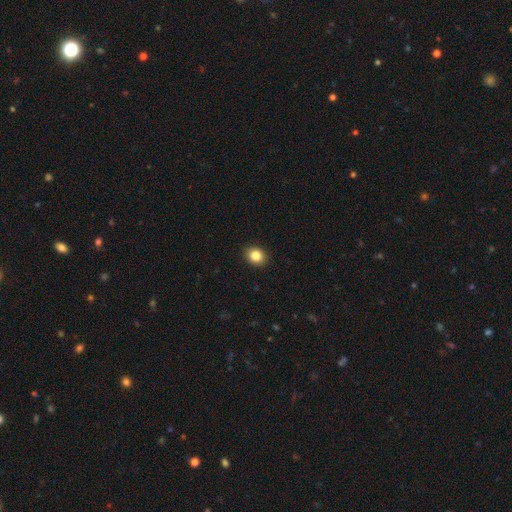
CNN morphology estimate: smooth-or-featured: smooth: 85% | star or artifact: 10% | featured or disk: 5%
  how-rounded: round: 58% | in between: 41% | cigar-shaped: 1%
  merging: none: 91% | minor disturbance: 7% | major disturbance: 2% | merger: 1%